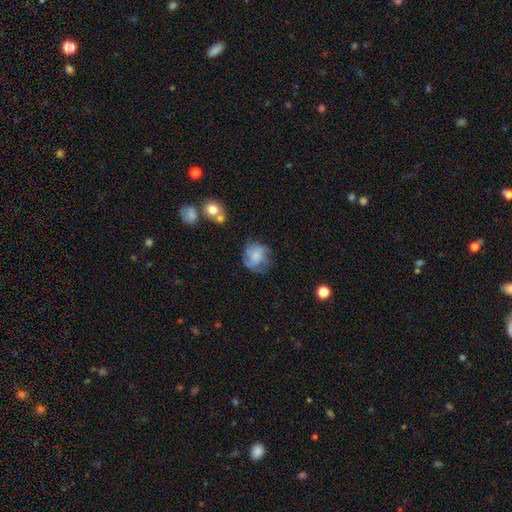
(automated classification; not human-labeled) smooth-or-featured: featured or disk: 45% | smooth: 44% | star or artifact: 10%
  merging: none: 54% | minor disturbance: 24% | major disturbance: 18% | merger: 3%